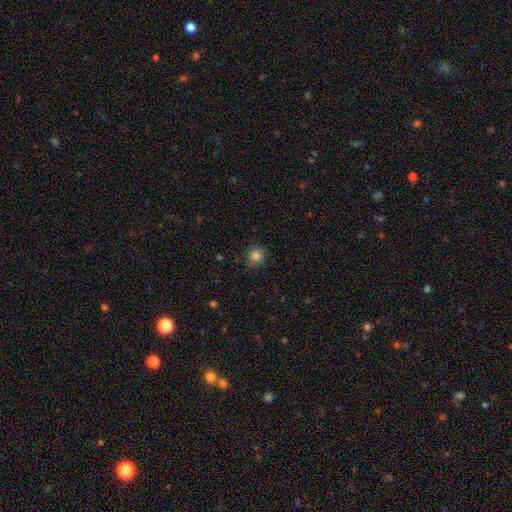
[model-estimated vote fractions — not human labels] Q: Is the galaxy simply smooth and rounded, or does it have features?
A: smooth — 83%.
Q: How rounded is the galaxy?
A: round — 91%.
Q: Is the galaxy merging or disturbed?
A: none — 86%.